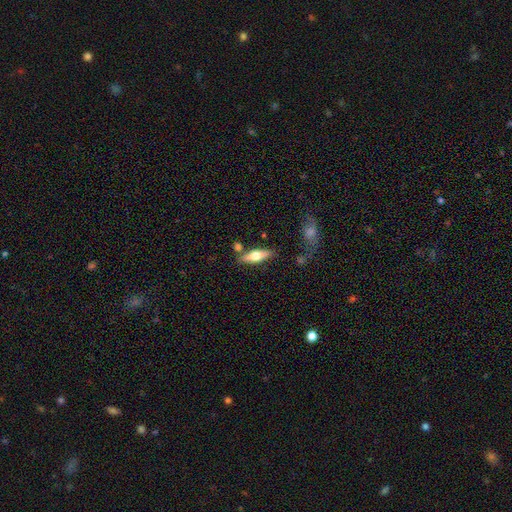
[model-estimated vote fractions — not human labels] Morphology: type=smooth (50%); merging=none (74%).